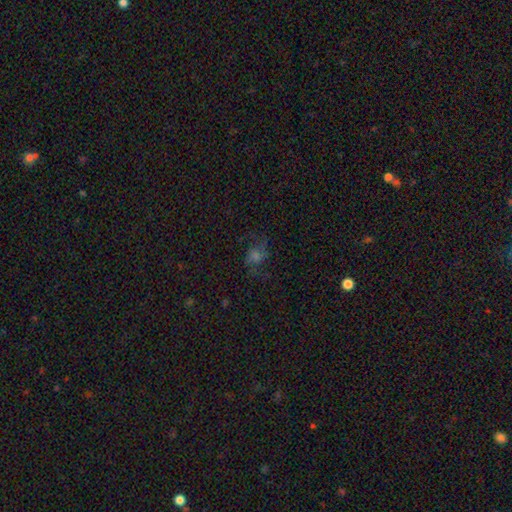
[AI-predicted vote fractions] smooth-or-featured: featured or disk: 45% | smooth: 29% | star or artifact: 27%
  merging: none: 63% | major disturbance: 18% | minor disturbance: 17% | merger: 2%